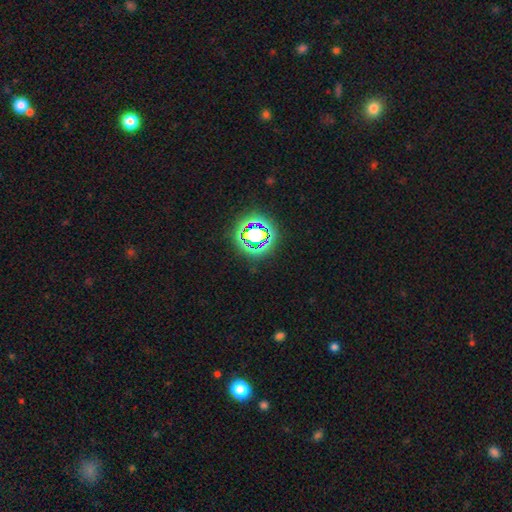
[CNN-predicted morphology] type=star or artifact (79%).